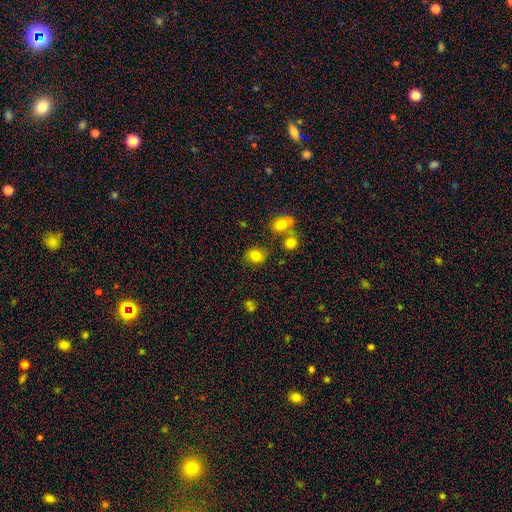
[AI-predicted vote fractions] The model was most divided on "how rounded": round: 60%, in between: 39%, cigar-shaped: 1%. More confident: smooth or featured — smooth (79%); merging — none (76%).